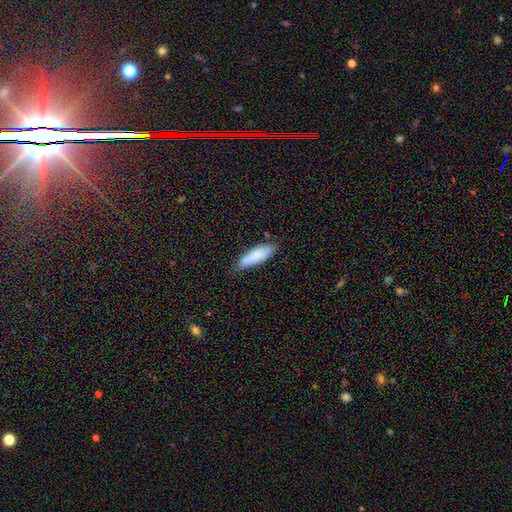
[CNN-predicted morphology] type=smooth (83%); roundness=cigar-shaped (52%); merging=none (69%).